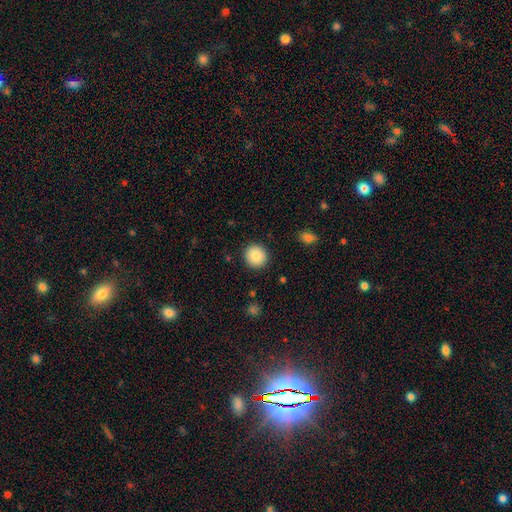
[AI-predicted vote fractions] Smooth or featured: smooth — 86% (star or artifact — 8%)
How rounded: round — 92% (in between — 7%)
Merging: none — 91% (minor disturbance — 6%)